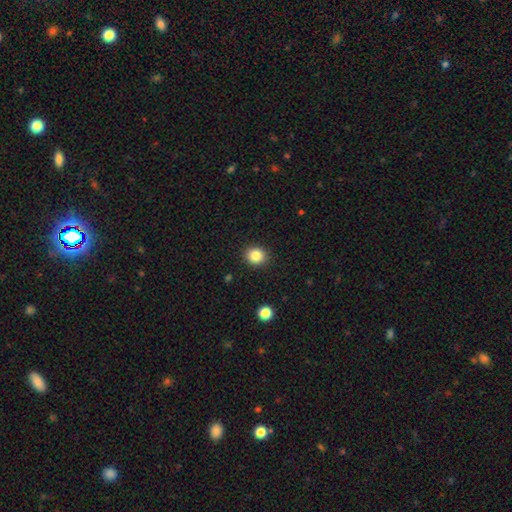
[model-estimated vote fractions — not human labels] Smooth or featured? smooth (85%)
How rounded? round (76%)
Merging? none (91%)